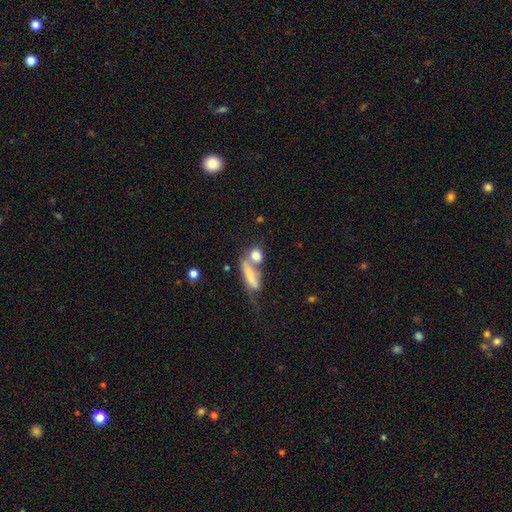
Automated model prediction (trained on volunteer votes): Smooth or featured? Predicted: smooth (p=0.74). How rounded? Predicted: in between (p=0.42). Merging? Predicted: merger (p=0.46).